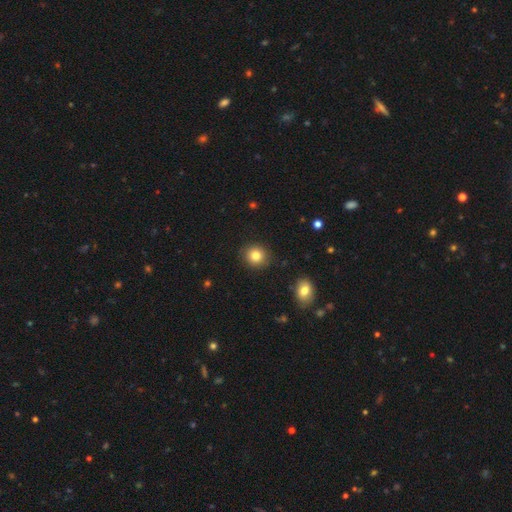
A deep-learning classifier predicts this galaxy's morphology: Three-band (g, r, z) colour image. It shows a smooth galaxy with no disk features (82%) that is round (86%). Merging: none (90%).